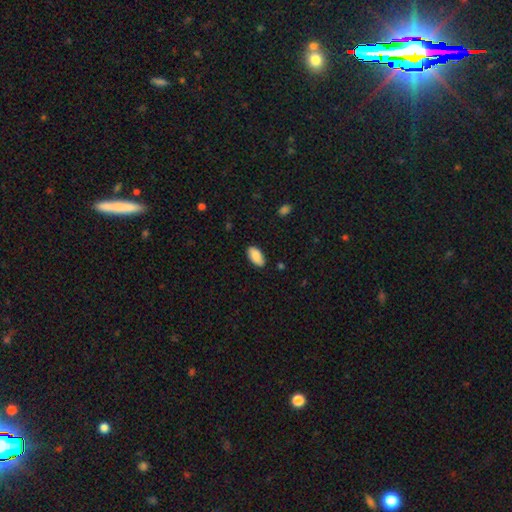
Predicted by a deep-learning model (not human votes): The model was most divided on "merging": none: 85%, minor disturbance: 12%, major disturbance: 2%, merger: 1%. More confident: how rounded — in between (95%); smooth or featured — smooth (87%).